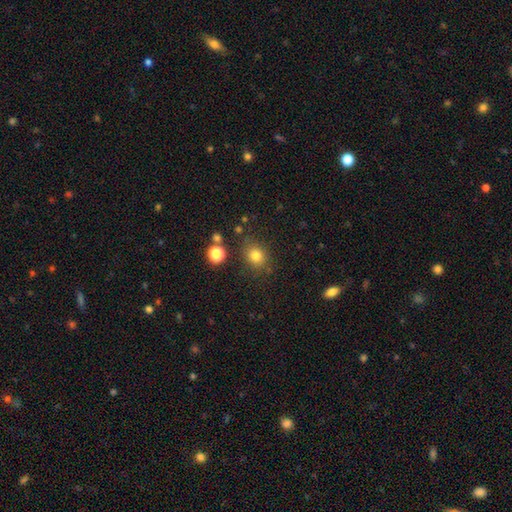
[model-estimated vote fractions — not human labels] A smooth galaxy with no disk features (79%) that is round (66%).

Vote fractions:
- Smooth or featured? smooth: 79% / star or artifact: 14% / featured or disk: 7%
- How rounded? round: 66% / in between: 33% / cigar-shaped: 1%
- Merging? none: 80% / minor disturbance: 12% / major disturbance: 4% / merger: 4%